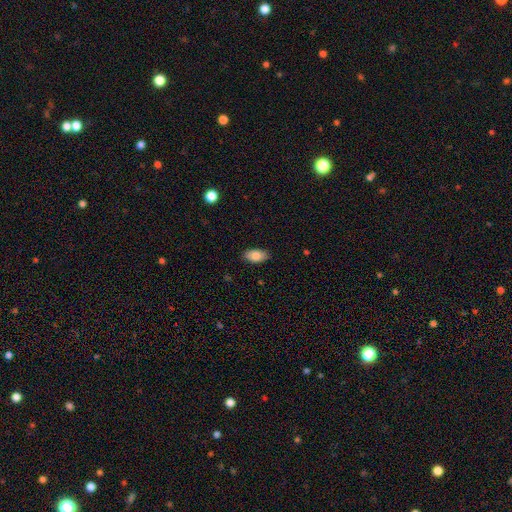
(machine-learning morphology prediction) Smooth or featured?
  - smooth: 82% *
  - featured or disk: 11%
  - star or artifact: 7%
How rounded?
  - in between: 93% *
  - cigar-shaped: 4%
  - round: 3%
Merging?
  - none: 88% *
  - minor disturbance: 9%
  - major disturbance: 2%
  - merger: 1%